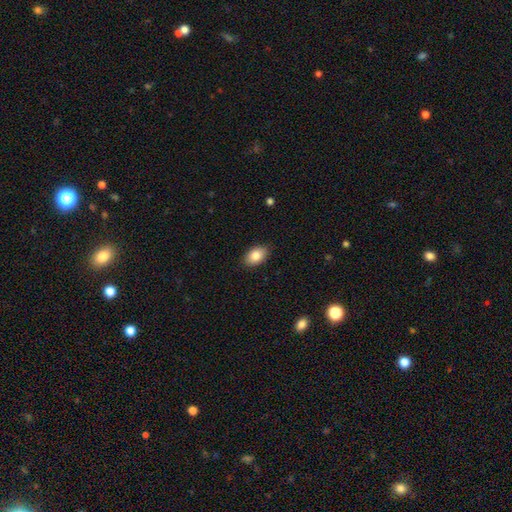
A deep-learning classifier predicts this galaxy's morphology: Q: Smooth or featured?
A: smooth (85%); runner-up: featured or disk (8%)
Q: How rounded?
A: in between (88%); runner-up: round (11%)
Q: Merging?
A: none (88%); runner-up: minor disturbance (9%)